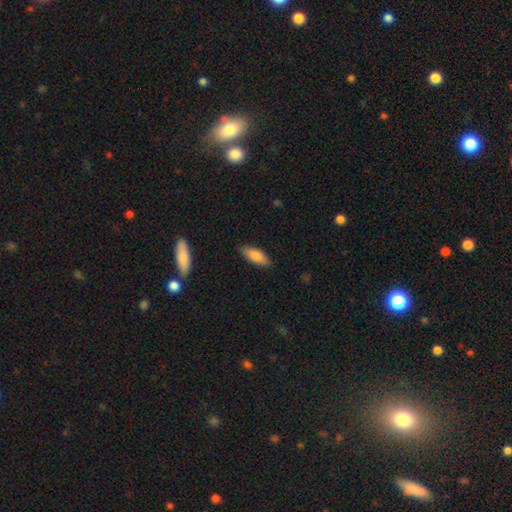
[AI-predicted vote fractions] smooth-or-featured: smooth: 83% | featured or disk: 11% | star or artifact: 6%
  how-rounded: in between: 77% | cigar-shaped: 22% | round: 2%
  merging: none: 86% | minor disturbance: 11% | major disturbance: 2% | merger: 1%